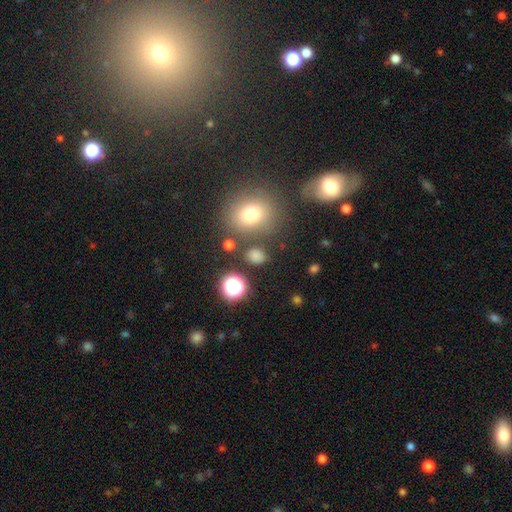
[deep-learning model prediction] A smooth galaxy with no disk features (71%) that is round (50%).

Vote fractions:
- Smooth or featured? smooth: 71% / star or artifact: 23% / featured or disk: 6%
- How rounded? round: 50% / in between: 48% / cigar-shaped: 2%
- Merging? none: 79% / minor disturbance: 11% / merger: 6% / major disturbance: 5%